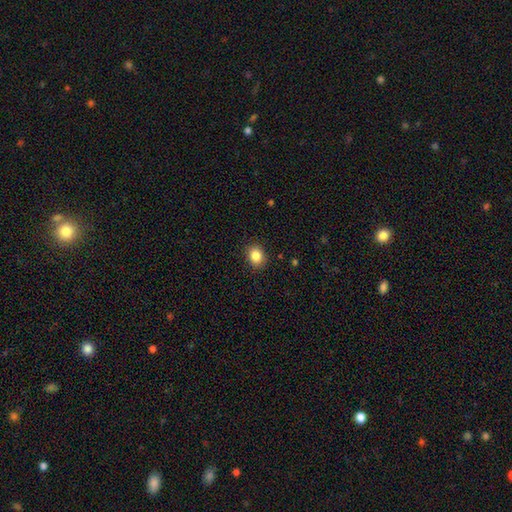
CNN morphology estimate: This is clearly a smooth galaxy (85%). How rounded: possibly round (60%). Merging: clearly none (89%).